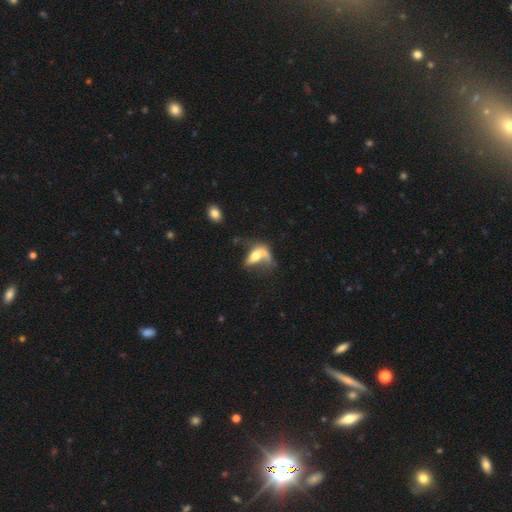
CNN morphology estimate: The model was most divided on "merging": major disturbance: 33%, merger: 29%, none: 21%, minor disturbance: 16%. Remaining: smooth or featured — smooth (48%).